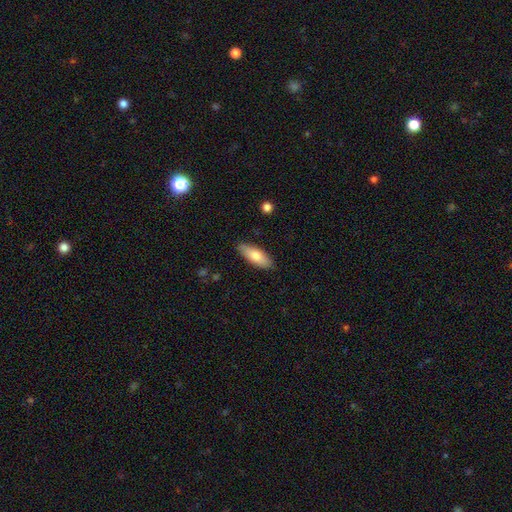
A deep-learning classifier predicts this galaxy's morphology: A smooth galaxy with no disk features (75%) that is in between round and cigar-shaped (71%). Merging: none (86%).